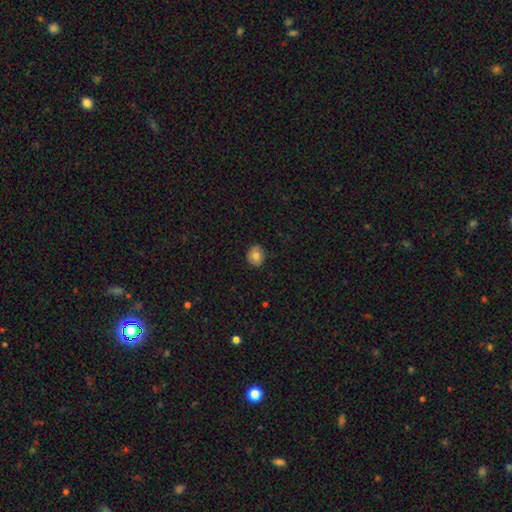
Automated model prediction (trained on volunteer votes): Overall: smooth (79%). How rounded: round (82%). Merging: none (89%).